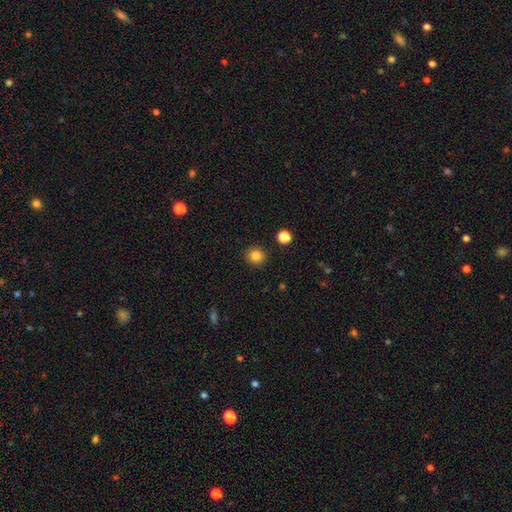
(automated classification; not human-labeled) This appears to be a smooth galaxy with no disk features (84%) that is round (89%). Merging: none (91%).